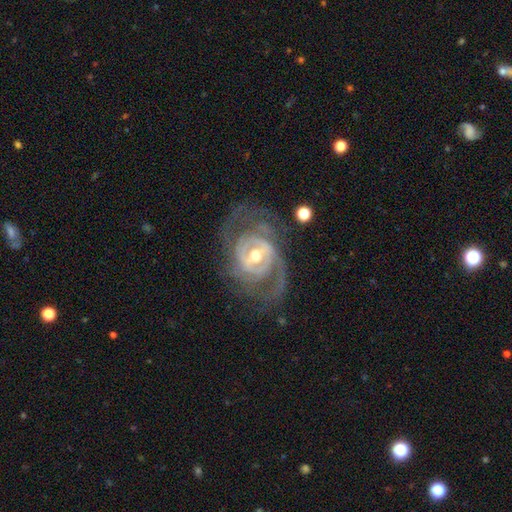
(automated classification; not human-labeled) This is clearly a featured or disk galaxy (90%). It is clearly not viewed edge-on (97%). Bar: marginally weak (45%). Spiral arm pattern: clearly yes (95%). Spiral arm count: marginally 2 (42%). Spiral winding: possibly tight (51%). Central bulge: likely moderate (66%). Merging: likely none (64%).